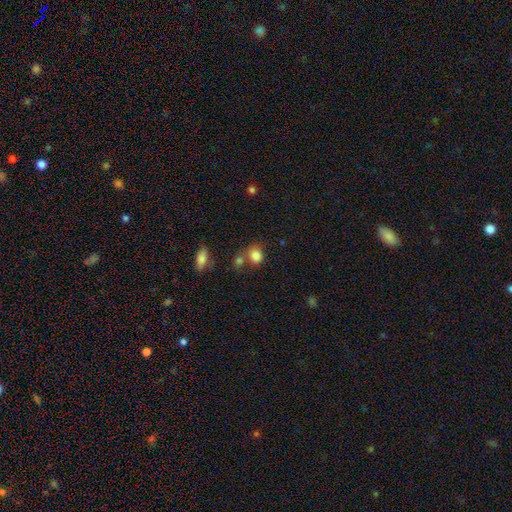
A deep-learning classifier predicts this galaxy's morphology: The model was most divided on "merging": none: 56%, merger: 24%, minor disturbance: 15%, major disturbance: 6%. More confident: smooth or featured — smooth (84%); how rounded — round (66%).